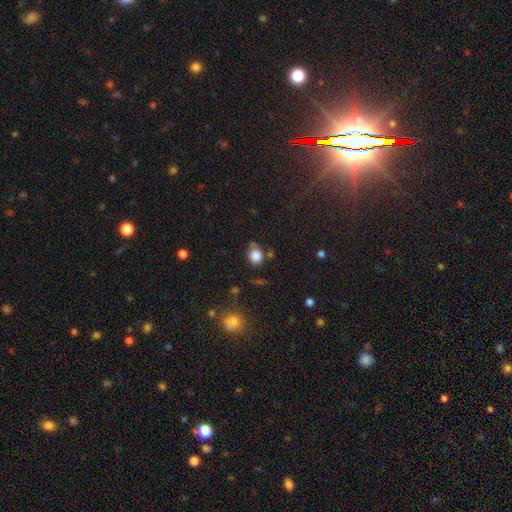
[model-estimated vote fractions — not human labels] Overall: smooth (84%). How rounded: round (75%). Merging: none (63%).